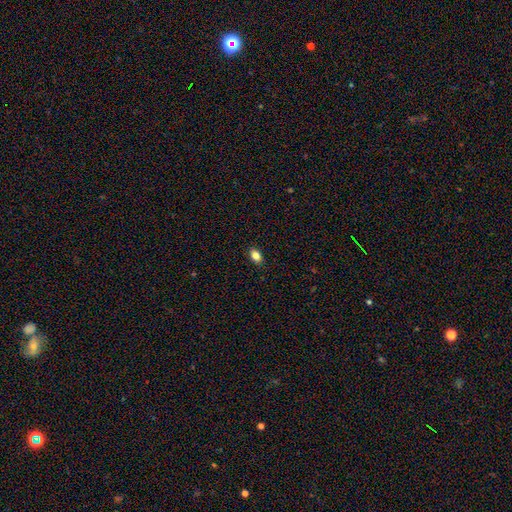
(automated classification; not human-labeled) A smooth galaxy with no disk features (84%) that is in between round and cigar-shaped (79%). Merging: none (89%).